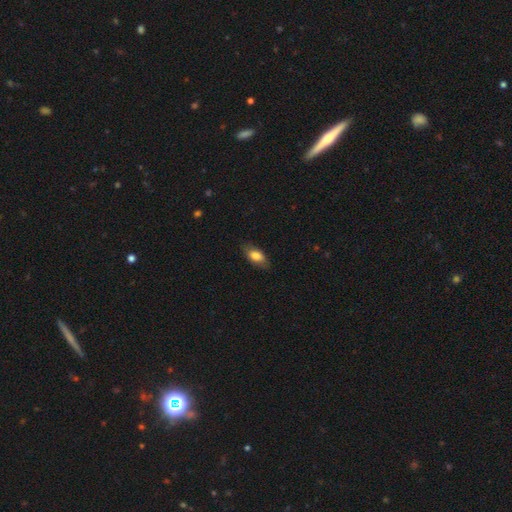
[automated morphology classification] The model was most divided on "merging": none: 79%, minor disturbance: 16%, major disturbance: 4%, merger: 1%. More confident: how rounded — in between (88%); smooth or featured — smooth (79%).